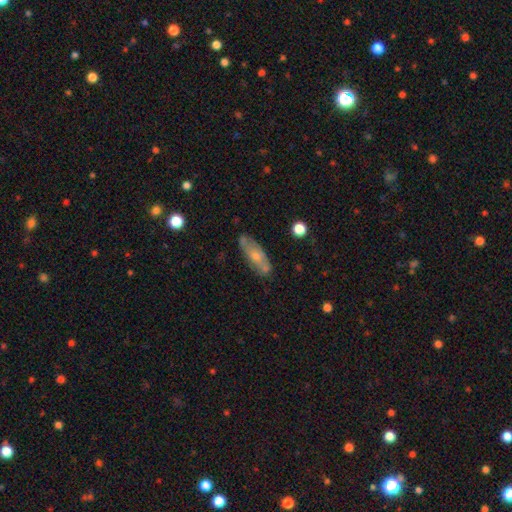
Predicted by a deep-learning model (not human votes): Smooth or featured: smooth — 48% (featured or disk — 45%)
Merging: none — 73% (minor disturbance — 19%)